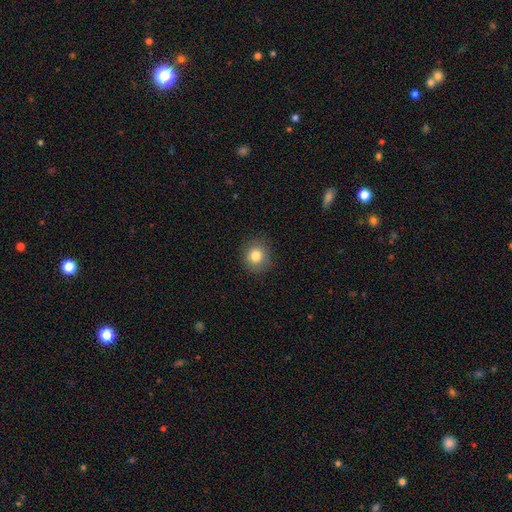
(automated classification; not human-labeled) This appears to be a smooth galaxy with no disk features (82%) that is round (84%). Merging: none (88%).